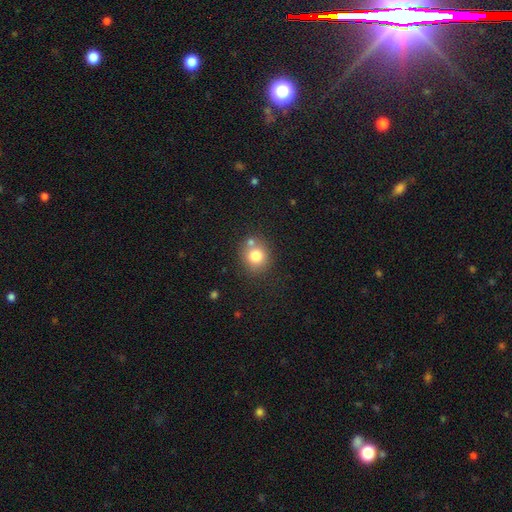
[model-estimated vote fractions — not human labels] A smooth galaxy with no disk features (78%) that is round (83%).

Vote fractions:
- Smooth or featured? smooth: 78% / star or artifact: 11% / featured or disk: 11%
- How rounded? round: 83% / in between: 16% / cigar-shaped: 1%
- Merging? none: 67% / merger: 18% / minor disturbance: 11% / major disturbance: 4%